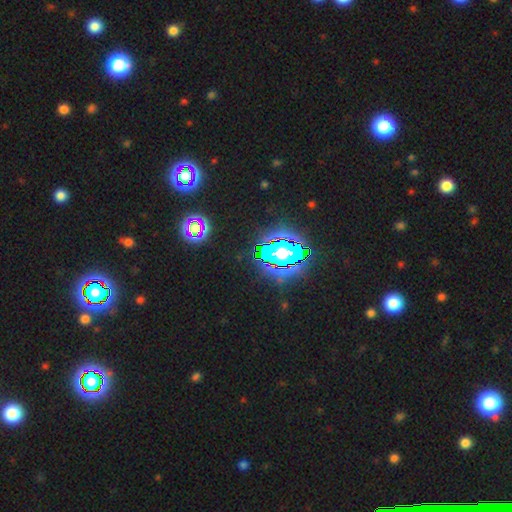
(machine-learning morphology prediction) star or artifact 82%, smooth 10%, featured or disk 7%.